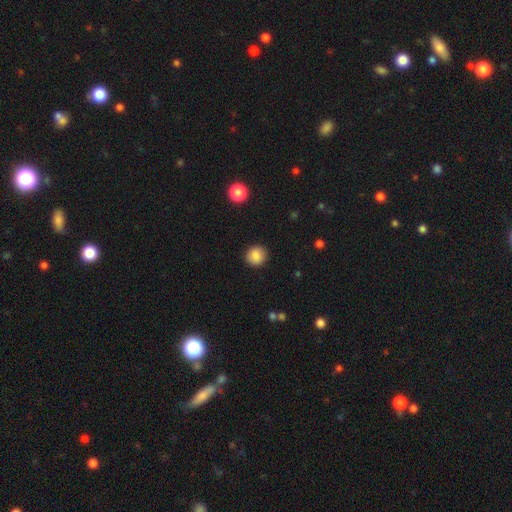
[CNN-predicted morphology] smooth 87%, star or artifact 9%, featured or disk 4%. Down the decision tree: how rounded — round (90%); merging — none (91%).